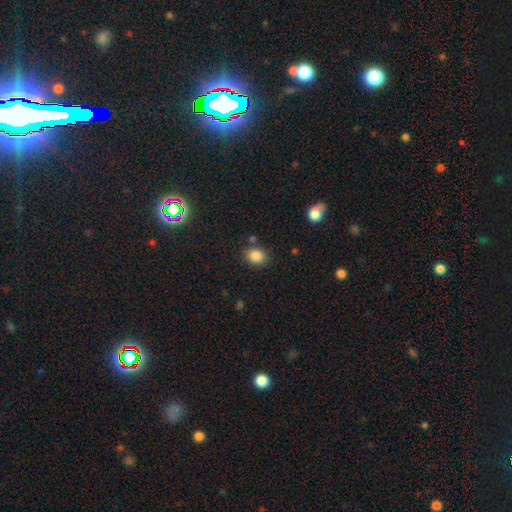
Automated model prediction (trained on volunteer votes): smooth_or_featured: smooth (p=0.86) [alt: star or artifact p=0.10]
how_rounded: round (p=0.51) [alt: in between p=0.48]
merging: none (p=0.81) [alt: minor disturbance p=0.11]